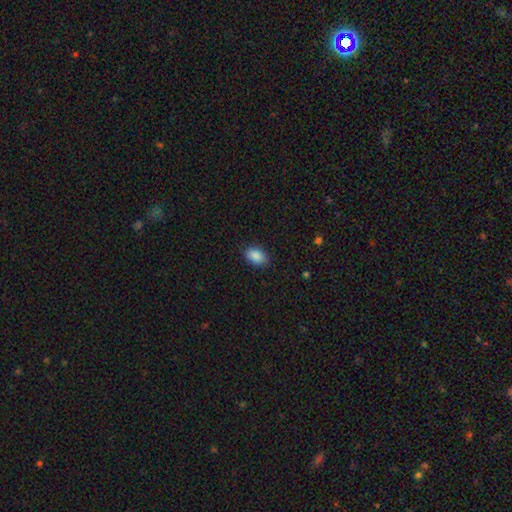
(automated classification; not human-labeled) Smooth or featured?
  - smooth: 88% *
  - star or artifact: 8%
  - featured or disk: 4%
How rounded?
  - in between: 87% *
  - round: 12%
  - cigar-shaped: 1%
Merging?
  - none: 87% *
  - minor disturbance: 10%
  - major disturbance: 2%
  - merger: 1%